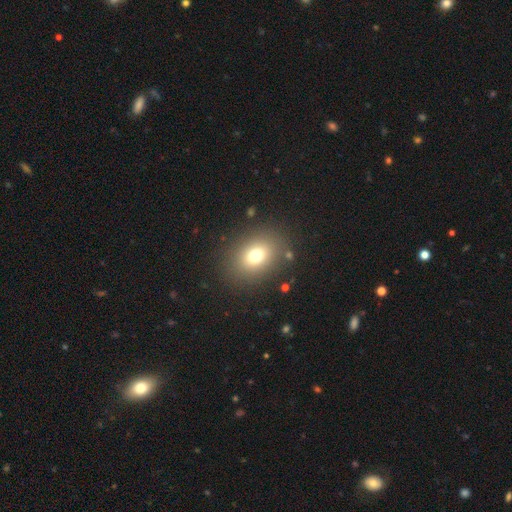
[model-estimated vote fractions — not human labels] Q: Smooth or featured?
A: smooth (74%); runner-up: star or artifact (14%)
Q: How rounded?
A: in between (60%); runner-up: round (39%)
Q: Merging?
A: none (85%); runner-up: minor disturbance (9%)